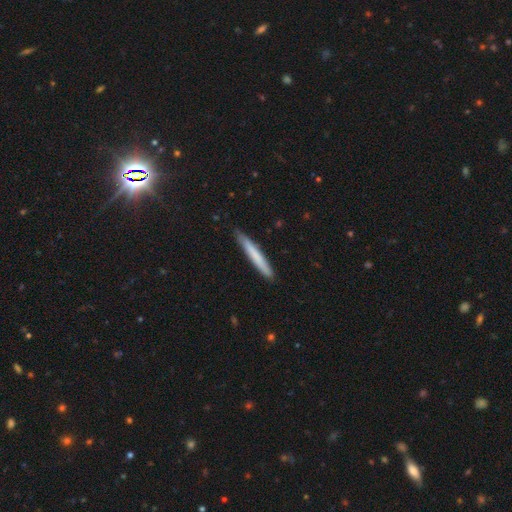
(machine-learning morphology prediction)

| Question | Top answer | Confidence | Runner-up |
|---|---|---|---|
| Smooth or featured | smooth | 71% | featured or disk (24%) |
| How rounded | cigar-shaped | 96% | in between (3%) |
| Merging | none | 88% | minor disturbance (10%) |